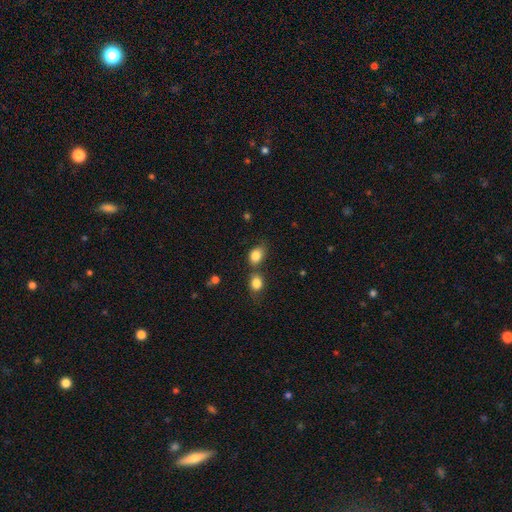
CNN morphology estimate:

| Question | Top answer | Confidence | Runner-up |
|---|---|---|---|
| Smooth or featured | smooth | 84% | star or artifact (10%) |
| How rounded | in between | 64% | round (35%) |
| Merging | none | 52% | merger (29%) |